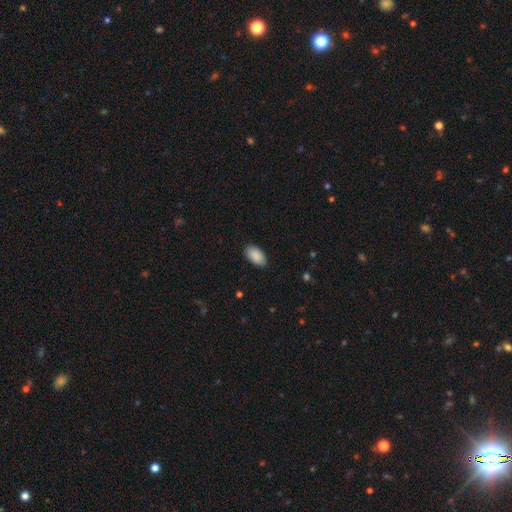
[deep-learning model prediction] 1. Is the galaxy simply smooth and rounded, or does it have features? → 90% smooth, 6% star or artifact, 3% featured or disk.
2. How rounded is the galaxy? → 95% in between, 3% round, 2% cigar-shaped.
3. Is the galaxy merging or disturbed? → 87% none, 10% minor disturbance, 2% major disturbance, 1% merger.